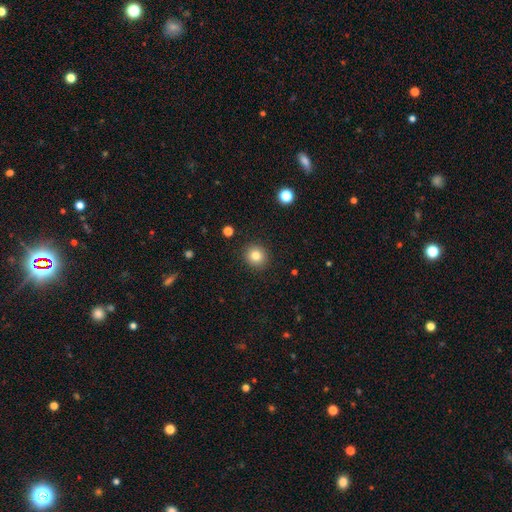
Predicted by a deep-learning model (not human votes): This appears to be a smooth galaxy with no disk features (81%) that is round (92%). Merging: none (91%).